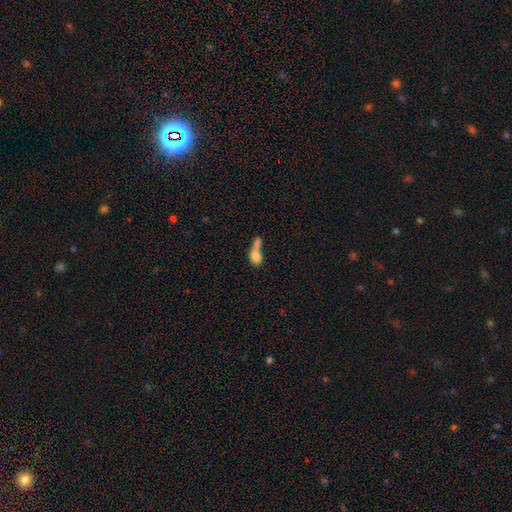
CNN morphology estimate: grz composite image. It shows a smooth galaxy with no disk features (72%) that is in between round and cigar-shaped (60%). Merging: merger (60%).